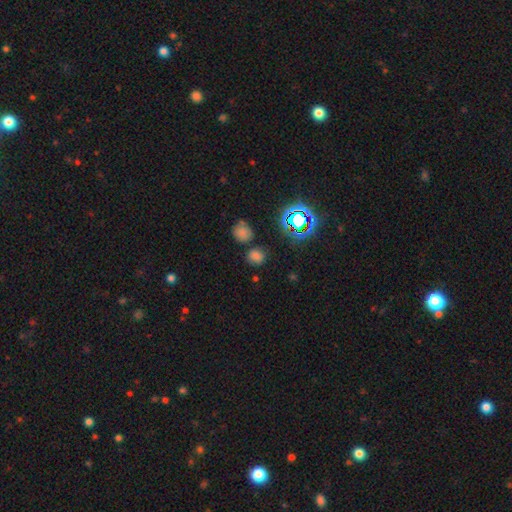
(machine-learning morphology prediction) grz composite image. It shows a smooth galaxy with no disk features (68%) that is round (72%). Merging: none (77%).